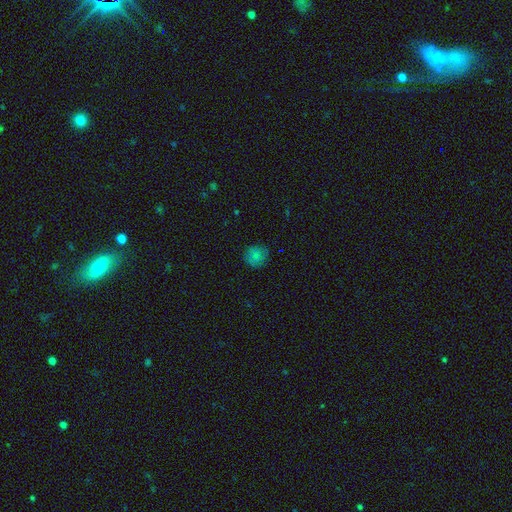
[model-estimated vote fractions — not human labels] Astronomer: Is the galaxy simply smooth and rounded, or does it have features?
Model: smooth — 79%.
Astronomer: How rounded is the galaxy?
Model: round — 89%.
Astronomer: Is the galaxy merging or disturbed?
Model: none — 81%.